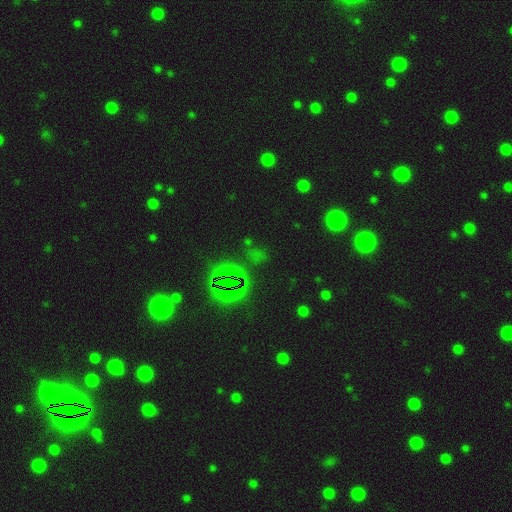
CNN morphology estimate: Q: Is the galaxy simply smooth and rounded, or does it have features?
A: star or artifact — 70%.